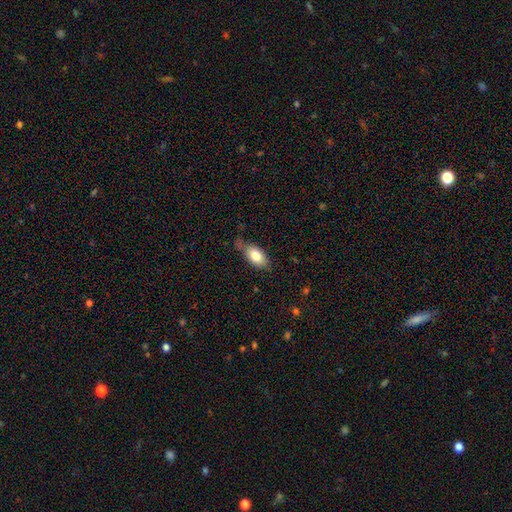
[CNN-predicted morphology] smooth_or_featured: smooth (p=0.79) [alt: featured or disk p=0.14]
how_rounded: in between (p=0.90) [alt: cigar-shaped p=0.05]
merging: none (p=0.59) [alt: minor disturbance p=0.29]